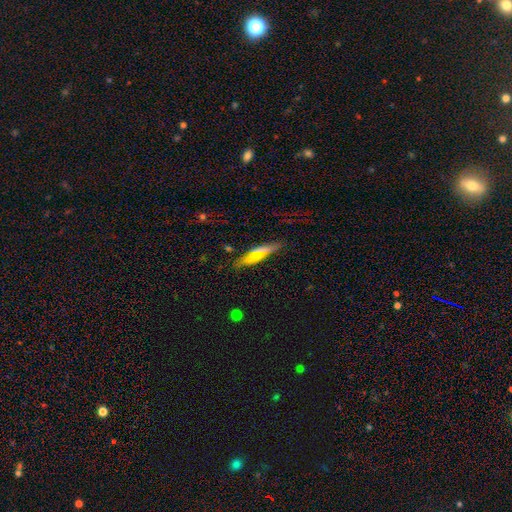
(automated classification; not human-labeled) A smooth galaxy with no disk features (62%) that is cigar-shaped (73%).

Vote fractions:
- Smooth or featured? smooth: 62% / featured or disk: 27% / star or artifact: 11%
- How rounded? cigar-shaped: 73% / in between: 24% / round: 3%
- Merging? none: 82% / minor disturbance: 12% / major disturbance: 3% / merger: 3%